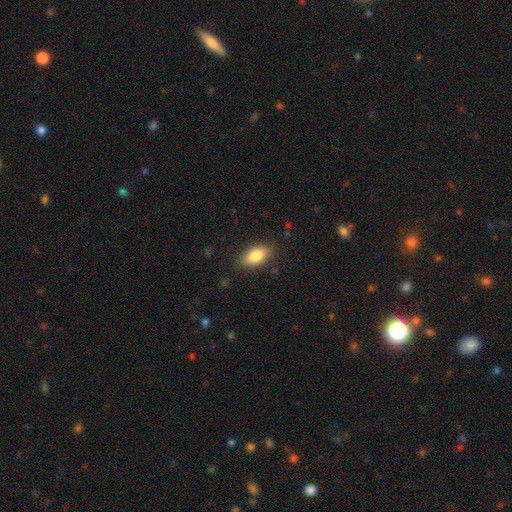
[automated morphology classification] Smooth or featured: smooth — 83% (featured or disk — 10%)
How rounded: in between — 90% (round — 5%)
Merging: none — 85% (minor disturbance — 11%)